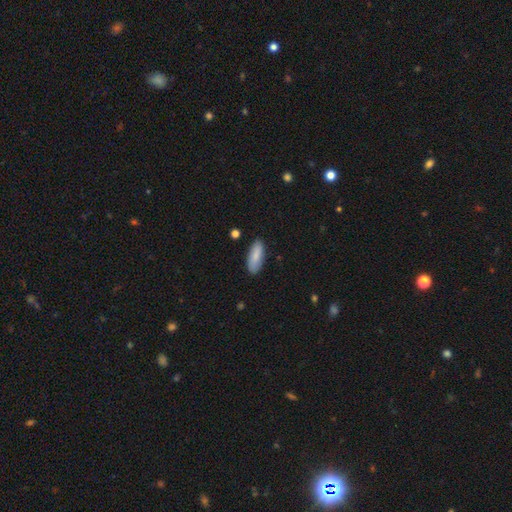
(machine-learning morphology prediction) smooth 86%, featured or disk 9%, star or artifact 6%. Down the decision tree: how rounded — in between (73%); merging — none (85%).